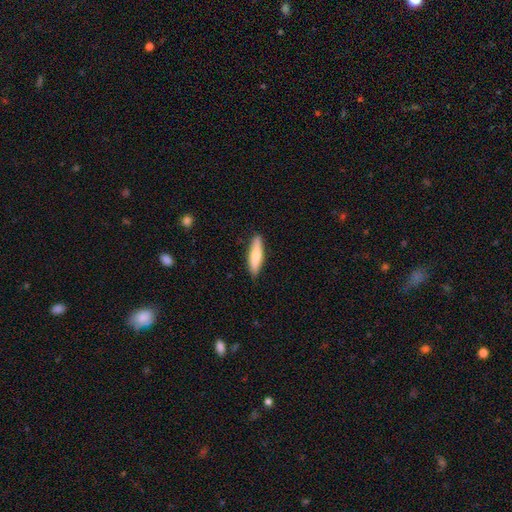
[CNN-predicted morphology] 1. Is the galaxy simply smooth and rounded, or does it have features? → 76% smooth, 19% featured or disk, 5% star or artifact.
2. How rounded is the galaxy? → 72% cigar-shaped, 27% in between, 2% round.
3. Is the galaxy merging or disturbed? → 87% none, 10% minor disturbance, 2% major disturbance, 1% merger.